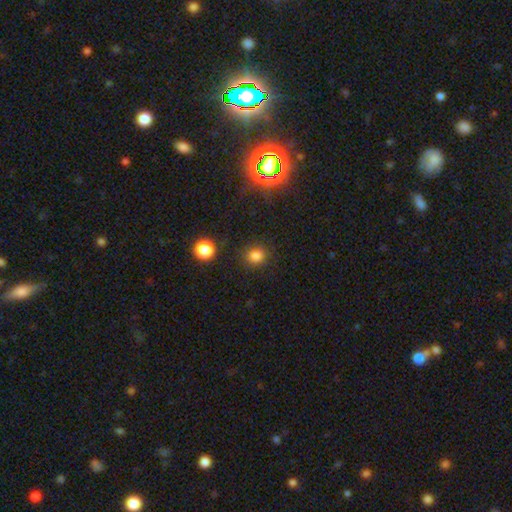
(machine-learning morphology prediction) Smooth or featured: smooth — 80% (star or artifact — 16%)
How rounded: round — 86% (in between — 13%)
Merging: none — 87% (minor disturbance — 8%)